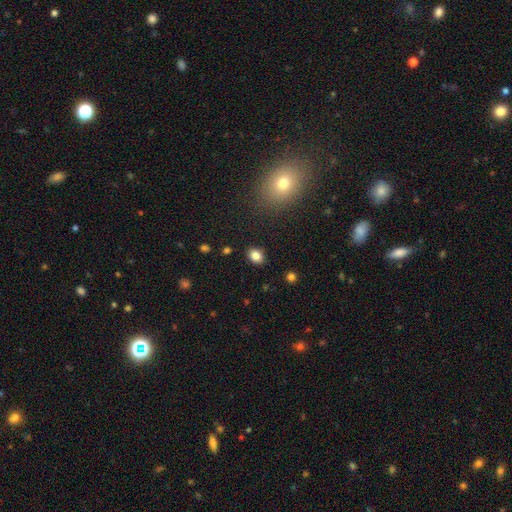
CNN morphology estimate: Smooth or featured? smooth (84%)
How rounded? in between (65%)
Merging? none (88%)